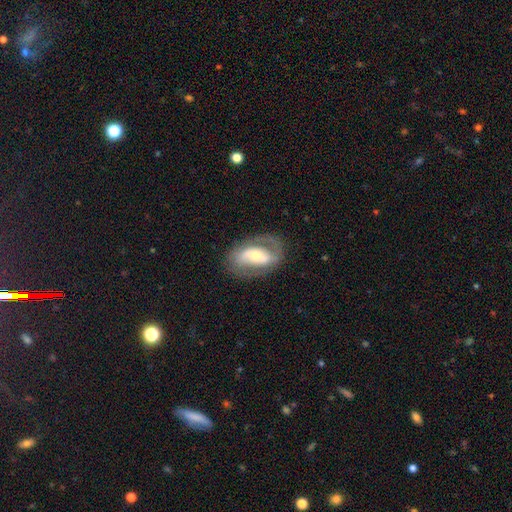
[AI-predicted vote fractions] Q: Smooth or featured?
A: featured or disk (73%); runner-up: smooth (21%)
Q: Edge-on disk?
A: no (93%); runner-up: yes (7%)
Q: Bar?
A: strong (43%); runner-up: weak (32%)
Q: Spiral arms?
A: yes (76%); runner-up: no (24%)
Q: Spiral winding?
A: medium (46%); runner-up: tight (30%)
Q: Spiral arm count?
A: 2 (78%); runner-up: can't tell (10%)
Q: Bulge size?
A: moderate (56%); runner-up: small (30%)
Q: Merging?
A: none (74%); runner-up: minor disturbance (16%)